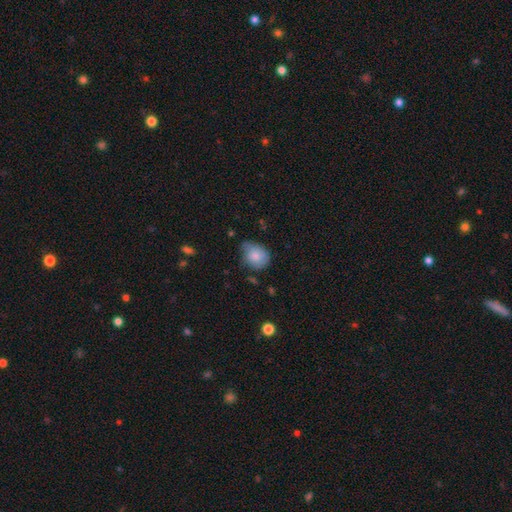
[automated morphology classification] The model was most divided on "merging": none: 51%, minor disturbance: 38%, major disturbance: 9%, merger: 3%. More confident: smooth or featured — smooth (80%); how rounded — round (56%).